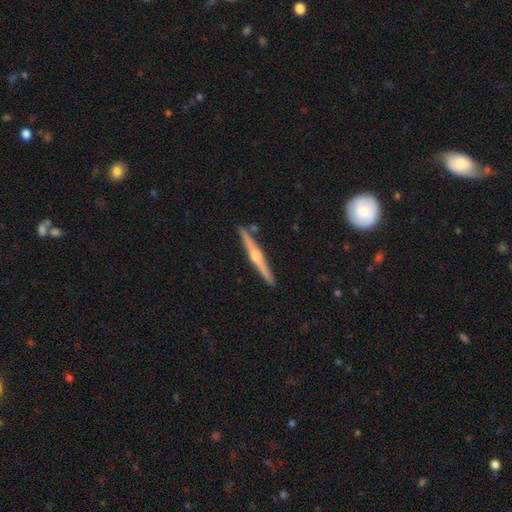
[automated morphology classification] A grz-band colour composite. It shows a featured or disk galaxy (79%) viewed edge-on (98%) with a rounded central bulge (87%). Merging: none (89%).